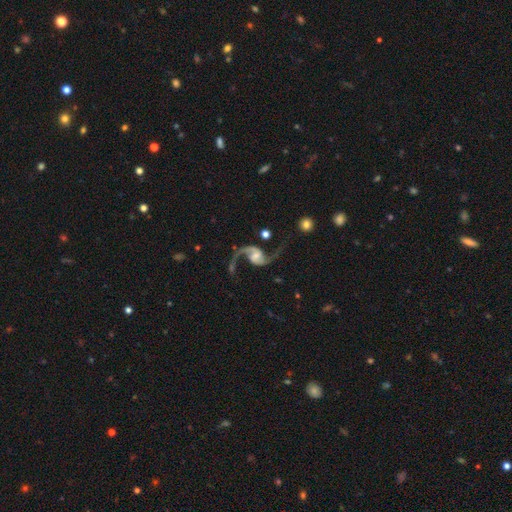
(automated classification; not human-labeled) A featured or disk galaxy (92%) with no bar (48%), 2 (93%) loose (79%) spiral arms (98%) and a small central bulge (42%). Merging: none (72%).